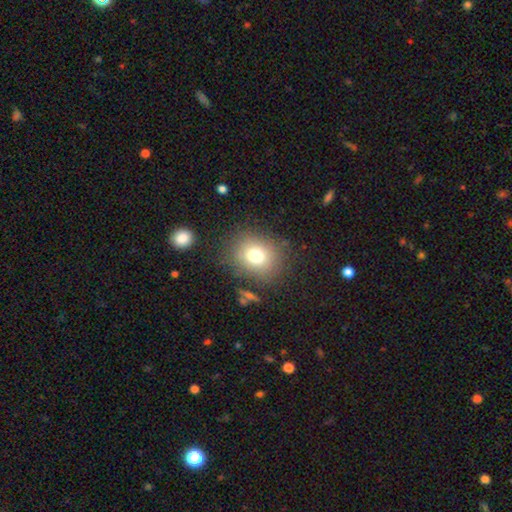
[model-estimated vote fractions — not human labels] Q: Smooth or featured?
A: smooth (75%); runner-up: star or artifact (13%)
Q: How rounded?
A: round (66%); runner-up: in between (33%)
Q: Merging?
A: none (81%); runner-up: minor disturbance (11%)